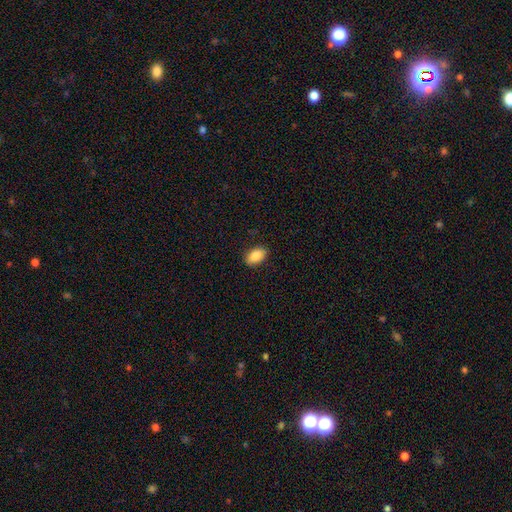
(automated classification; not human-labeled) Smooth or featured: smooth — 87% (star or artifact — 7%)
How rounded: in between — 91% (round — 8%)
Merging: none — 88% (minor disturbance — 9%)